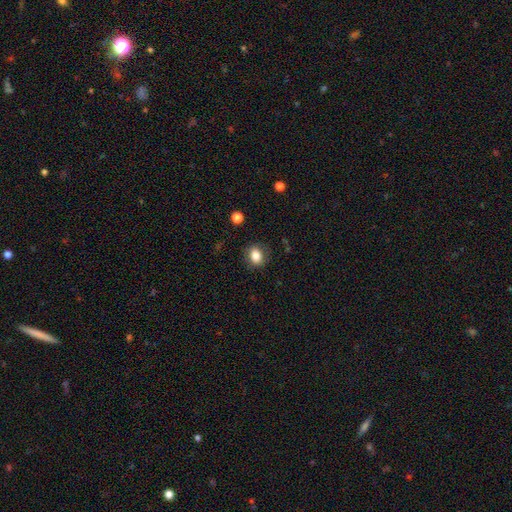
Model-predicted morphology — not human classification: type=smooth (83%); roundness=round (50%); merging=none (84%).